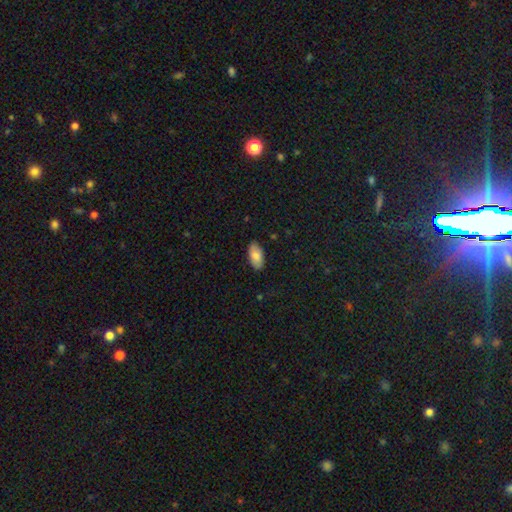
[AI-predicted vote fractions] Q: Smooth or featured?
A: smooth (82%); runner-up: featured or disk (12%)
Q: How rounded?
A: in between (94%); runner-up: cigar-shaped (4%)
Q: Merging?
A: none (87%); runner-up: minor disturbance (11%)